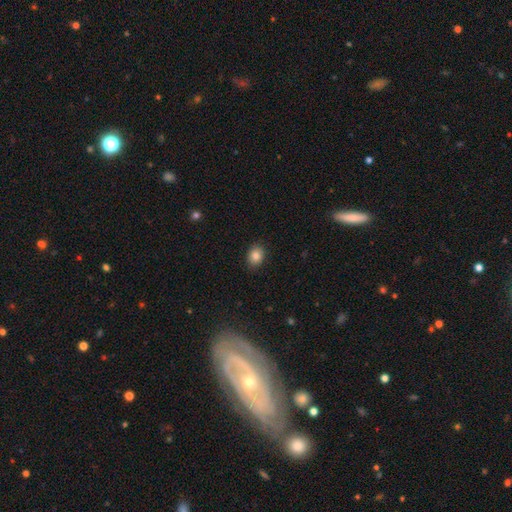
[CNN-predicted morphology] The model was most divided on "how rounded": in between: 50%, round: 49%, cigar-shaped: 1%. More confident: merging — none (88%); smooth or featured — smooth (84%).